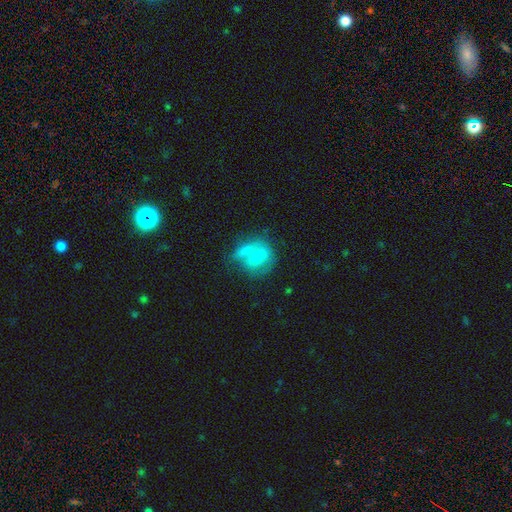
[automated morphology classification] A smooth galaxy with no disk features (60%) that is in between round and cigar-shaped (51%).

Vote fractions:
- Smooth or featured? smooth: 60% / featured or disk: 31% / star or artifact: 9%
- How rounded? in between: 51% / round: 42% / cigar-shaped: 6%
- Merging? merger: 46% / none: 33% / minor disturbance: 13% / major disturbance: 8%